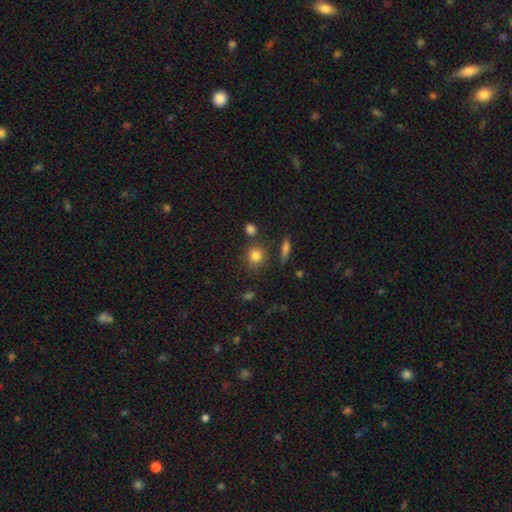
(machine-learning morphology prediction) Smooth or featured? smooth (83%)
How rounded? round (79%)
Merging? none (76%)